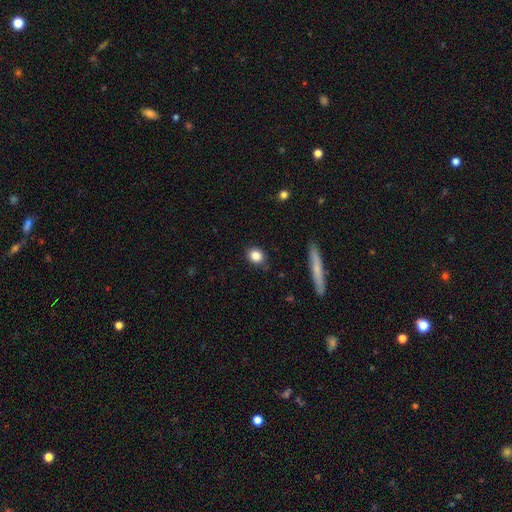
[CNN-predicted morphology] A smooth galaxy with no disk features (84%) that is round (66%).

Vote fractions:
- Smooth or featured? smooth: 84% / star or artifact: 9% / featured or disk: 7%
- How rounded? round: 66% / in between: 31% / cigar-shaped: 3%
- Merging? none: 84% / minor disturbance: 11% / major disturbance: 2% / merger: 2%